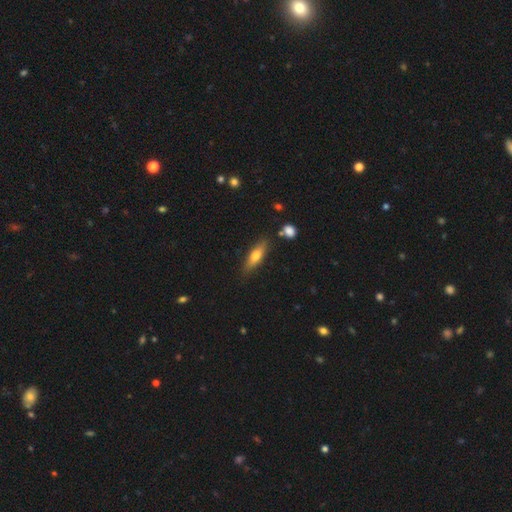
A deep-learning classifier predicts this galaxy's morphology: Q: Smooth or featured?
A: smooth (61%); runner-up: featured or disk (32%)
Q: How rounded?
A: cigar-shaped (58%); runner-up: in between (40%)
Q: Merging?
A: none (81%); runner-up: minor disturbance (12%)